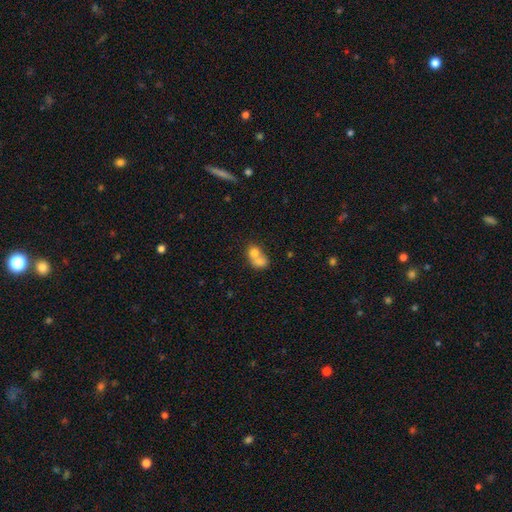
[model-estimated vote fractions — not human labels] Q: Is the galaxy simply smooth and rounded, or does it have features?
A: smooth — 72%.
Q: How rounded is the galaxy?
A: round — 57%.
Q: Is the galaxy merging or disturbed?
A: merger — 71%.